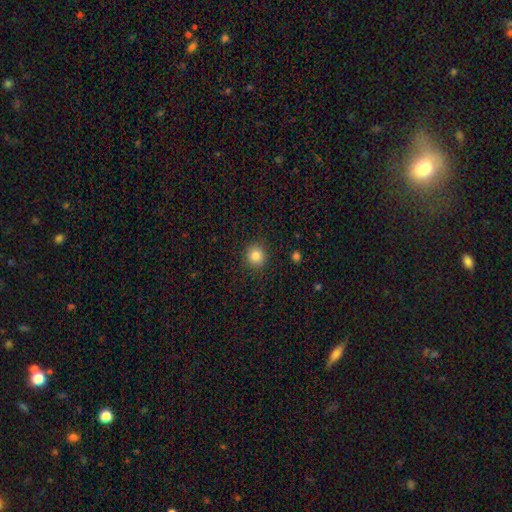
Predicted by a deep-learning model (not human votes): Smooth or featured?
  - smooth: 83% *
  - star or artifact: 11%
  - featured or disk: 6%
How rounded?
  - round: 91% *
  - in between: 9%
  - cigar-shaped: 1%
Merging?
  - none: 91% *
  - minor disturbance: 6%
  - major disturbance: 2%
  - merger: 1%